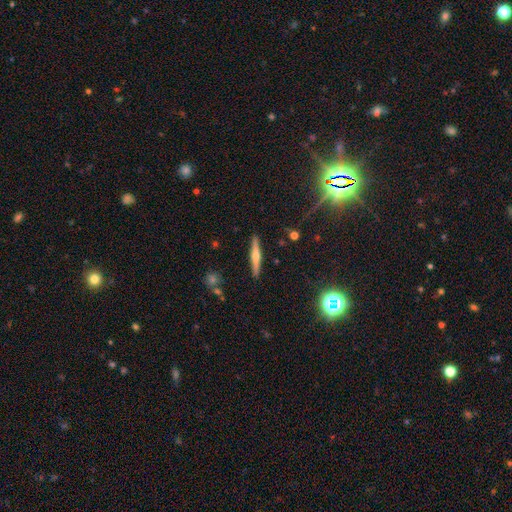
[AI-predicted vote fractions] This is likely a featured or disk galaxy (60%). It is clearly viewed edge-on (98%). Edge-on bulge: clearly rounded (82%). Merging: clearly none (91%).